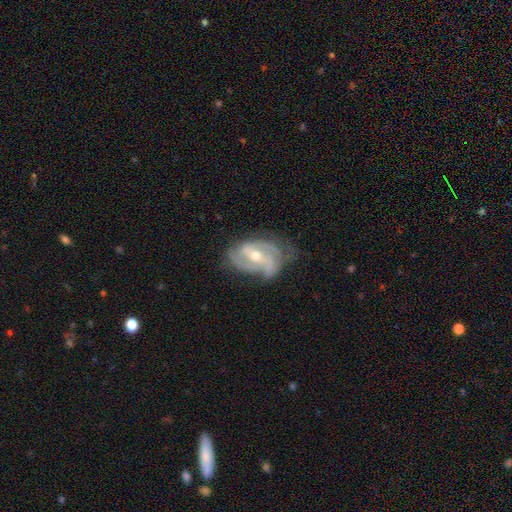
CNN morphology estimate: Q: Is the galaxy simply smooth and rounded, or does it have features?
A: featured or disk — 87%.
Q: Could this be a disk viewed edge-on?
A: no — 97%.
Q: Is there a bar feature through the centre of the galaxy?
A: weak — 44%.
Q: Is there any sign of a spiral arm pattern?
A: yes — 95%.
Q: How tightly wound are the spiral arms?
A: medium — 44%.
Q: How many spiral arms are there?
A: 2 — 37%.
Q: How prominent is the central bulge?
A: moderate — 62%.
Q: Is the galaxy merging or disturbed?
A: none — 60%.